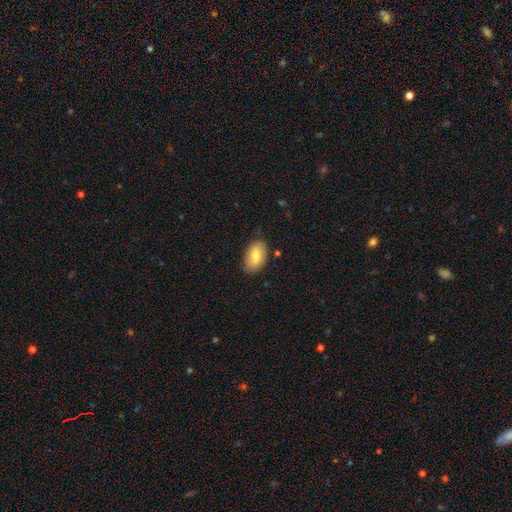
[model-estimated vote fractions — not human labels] Smooth or featured? smooth (77%)
How rounded? in between (93%)
Merging? none (81%)